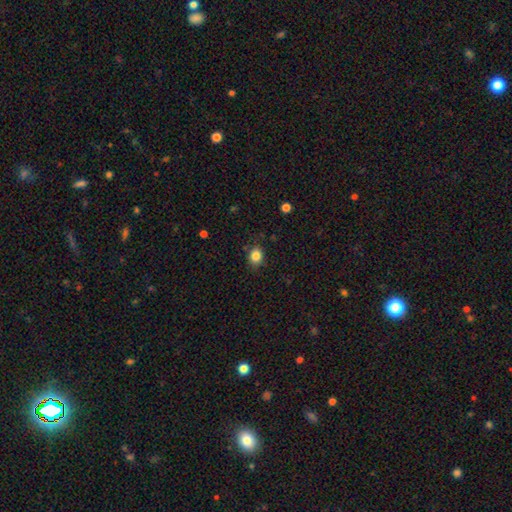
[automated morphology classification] Overall: smooth (85%). How rounded: in between (50%; round 49%). Merging: none (82%).